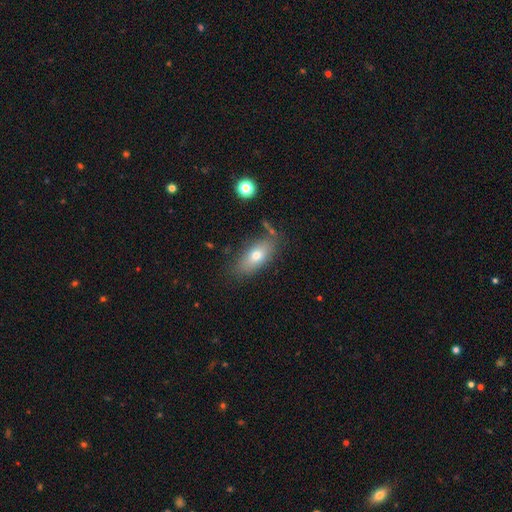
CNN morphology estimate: smooth_or_featured: smooth (p=0.69) [alt: featured or disk p=0.22]
how_rounded: in between (p=0.81) [alt: cigar-shaped p=0.15]
merging: none (p=0.75) [alt: minor disturbance p=0.16]